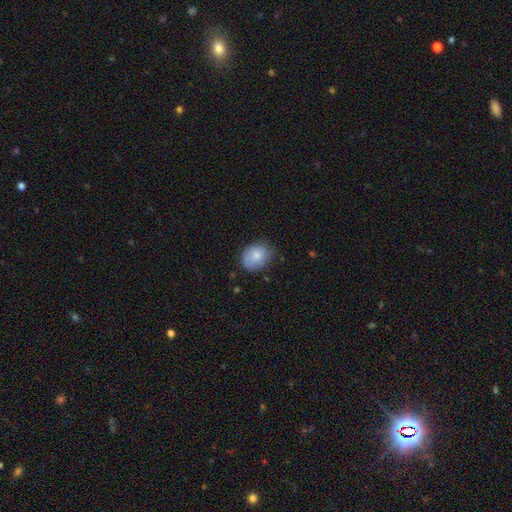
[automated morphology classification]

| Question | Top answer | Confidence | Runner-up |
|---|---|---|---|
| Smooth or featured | smooth | 80% | featured or disk (13%) |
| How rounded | in between | 58% | round (41%) |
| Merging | none | 65% | minor disturbance (27%) |